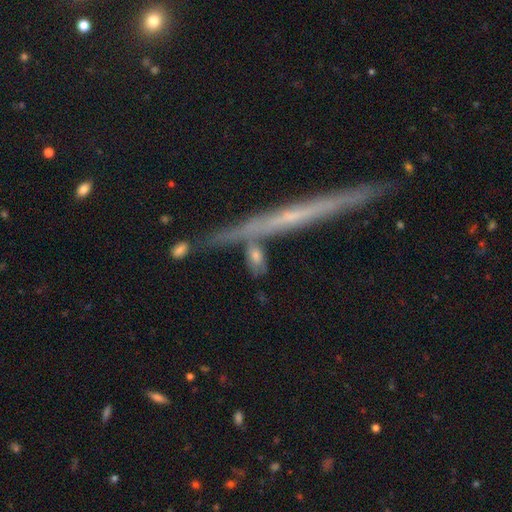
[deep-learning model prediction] A smooth galaxy with no disk features (59%) that is in between round and cigar-shaped (56%). Merging: none (48%).